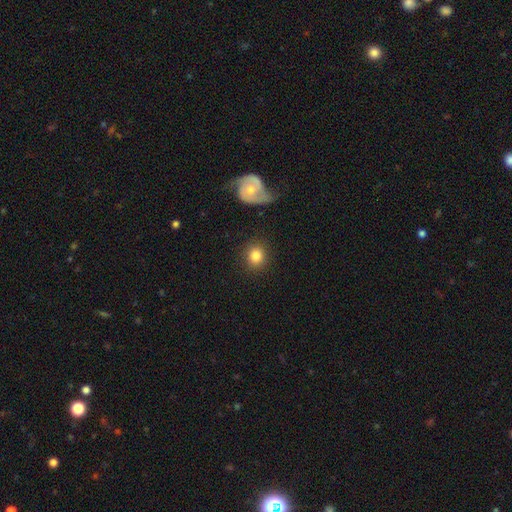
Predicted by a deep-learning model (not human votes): Overall: smooth (84%). How rounded: round (86%). Merging: none (85%).